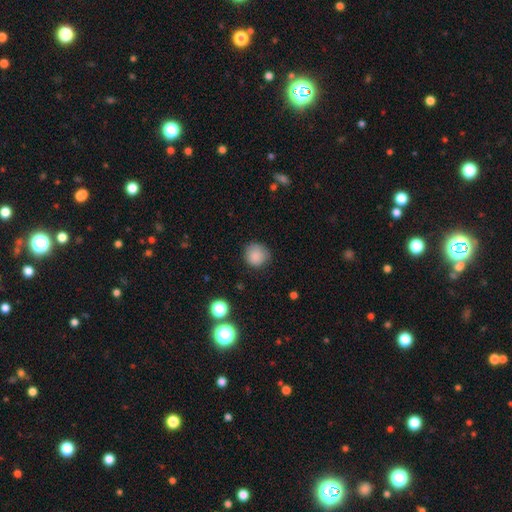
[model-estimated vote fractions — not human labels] The model was most divided on "merging": none: 81%, minor disturbance: 14%, major disturbance: 3%, merger: 1%. More confident: how rounded — round (91%); smooth or featured — smooth (85%).